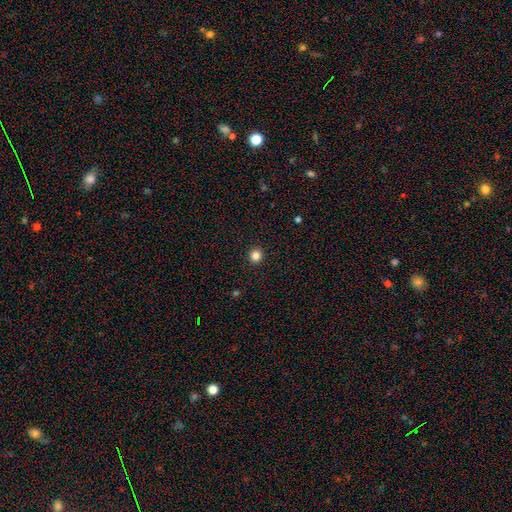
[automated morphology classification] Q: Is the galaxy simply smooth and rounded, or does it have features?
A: smooth — 84%.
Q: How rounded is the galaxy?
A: round — 94%.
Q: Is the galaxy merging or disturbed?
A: none — 93%.